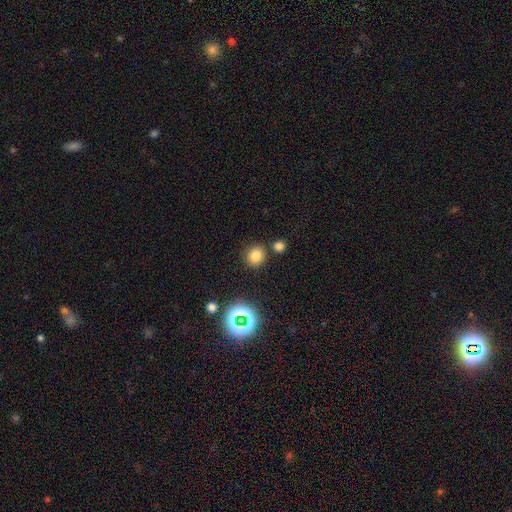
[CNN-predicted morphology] Q: Smooth or featured?
A: smooth (78%); runner-up: star or artifact (16%)
Q: How rounded?
A: round (78%); runner-up: in between (21%)
Q: Merging?
A: none (80%); runner-up: minor disturbance (9%)